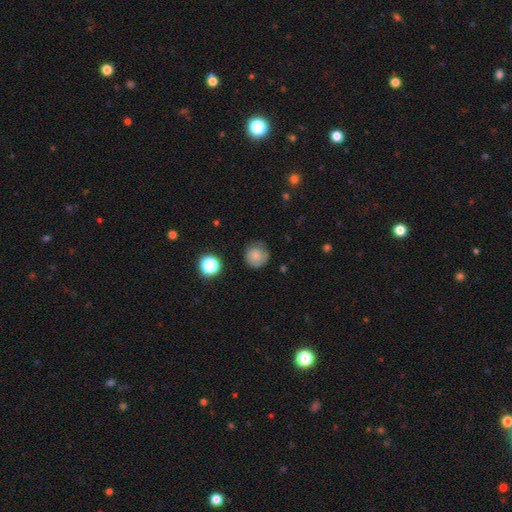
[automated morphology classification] smooth-or-featured: smooth: 75% | featured or disk: 13% | star or artifact: 11%
  how-rounded: round: 92% | in between: 7% | cigar-shaped: 1%
  merging: none: 73% | minor disturbance: 20% | major disturbance: 6% | merger: 2%